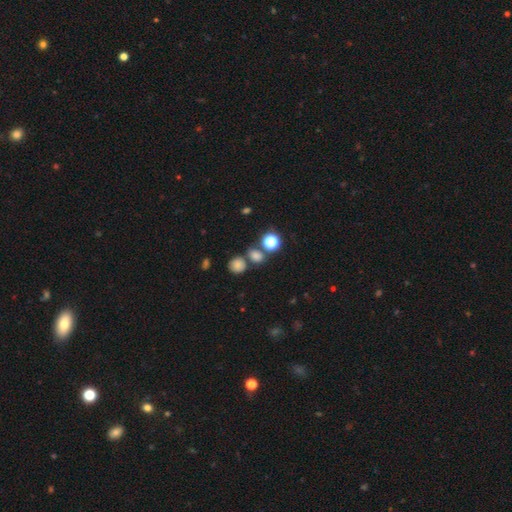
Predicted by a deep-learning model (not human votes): Smooth or featured?
  - smooth: 63% *
  - star or artifact: 30%
  - featured or disk: 8%
How rounded?
  - round: 78% *
  - in between: 21%
  - cigar-shaped: 1%
Merging?
  - none: 64% *
  - merger: 22%
  - minor disturbance: 10%
  - major disturbance: 5%